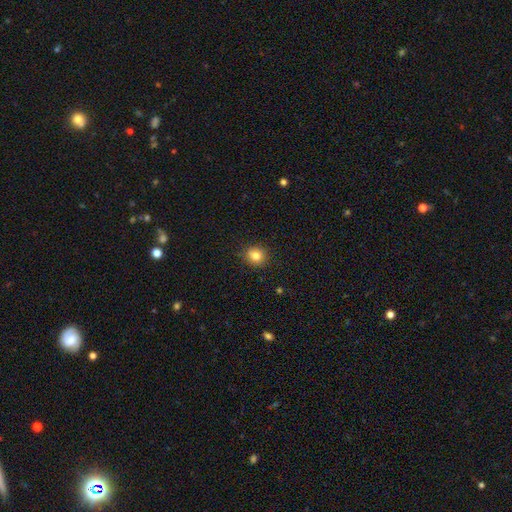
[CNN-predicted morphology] Smooth or featured? smooth (81%)
How rounded? round (81%)
Merging? none (88%)